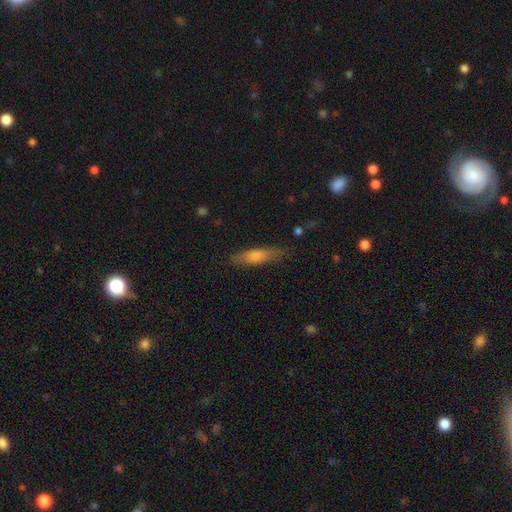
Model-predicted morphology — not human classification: A smooth galaxy with no disk features (66%) that is cigar-shaped (74%). Merging: none (82%).